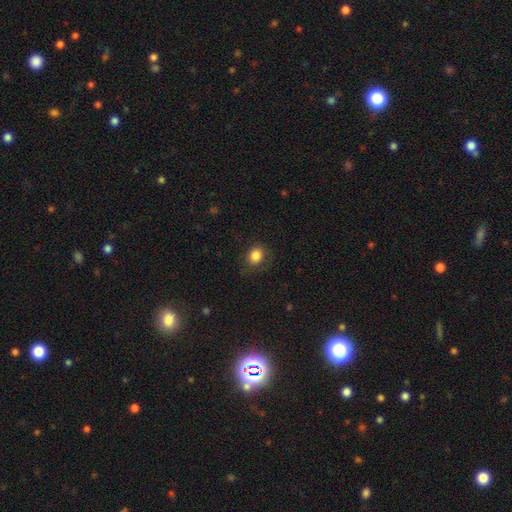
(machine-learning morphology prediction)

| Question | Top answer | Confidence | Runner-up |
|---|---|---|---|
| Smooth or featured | smooth | 84% | star or artifact (10%) |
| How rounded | round | 67% | in between (32%) |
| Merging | none | 78% | minor disturbance (15%) |